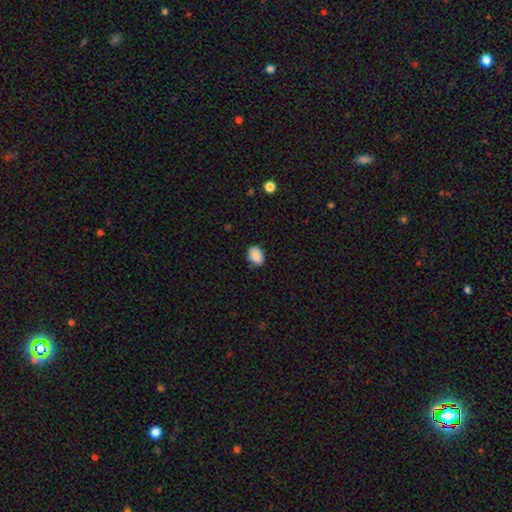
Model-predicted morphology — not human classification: A smooth galaxy with no disk features (88%) that is in between round and cigar-shaped (64%).

Vote fractions:
- Smooth or featured? smooth: 88% / star or artifact: 8% / featured or disk: 4%
- How rounded? in between: 64% / round: 35% / cigar-shaped: 1%
- Merging? none: 80% / minor disturbance: 16% / major disturbance: 3% / merger: 1%